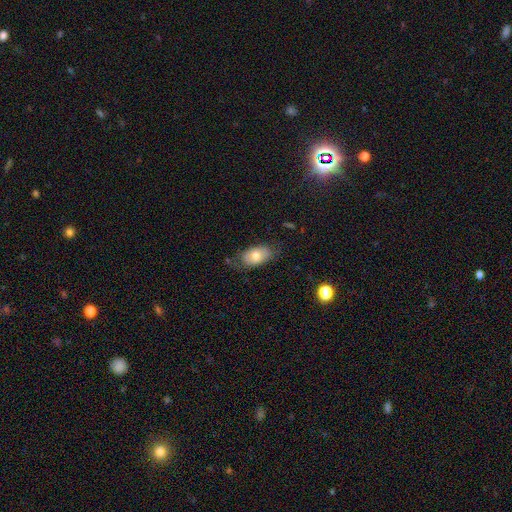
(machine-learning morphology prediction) smooth 71%, featured or disk 22%, star or artifact 7%. Down the decision tree: how rounded — in between (92%); merging — none (67%).